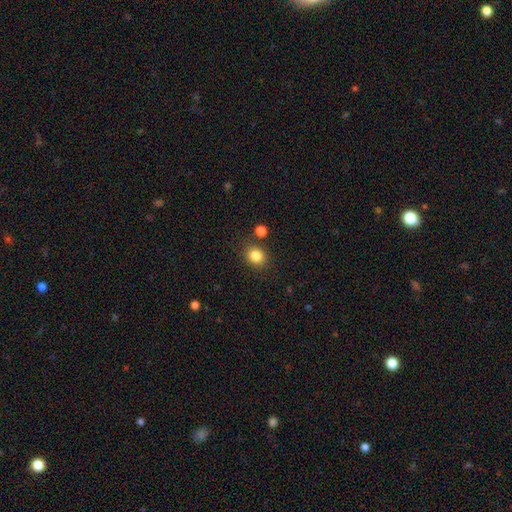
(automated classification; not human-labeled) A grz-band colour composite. It shows a smooth galaxy with no disk features (84%) that is round (63%). Merging: none (82%).